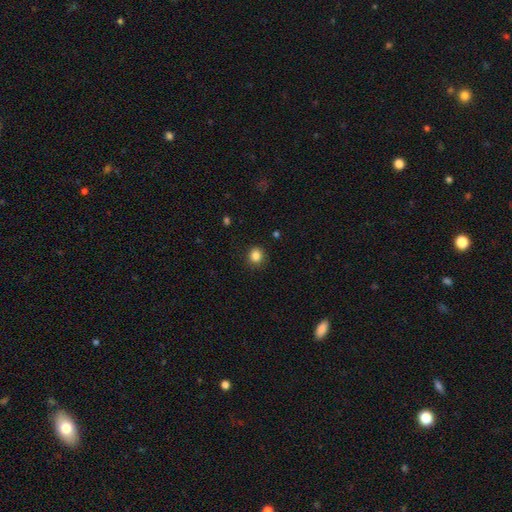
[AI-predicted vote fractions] This is clearly a smooth galaxy (85%). How rounded: clearly round (86%). Merging: clearly none (89%).